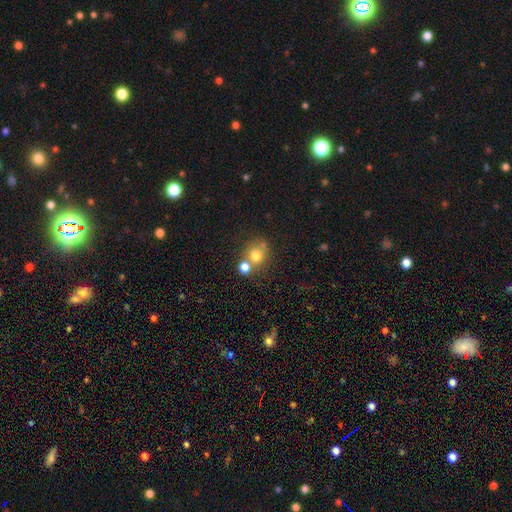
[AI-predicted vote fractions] Morphology: type=smooth (74%); roundness=round (84%); merging=none (57%).